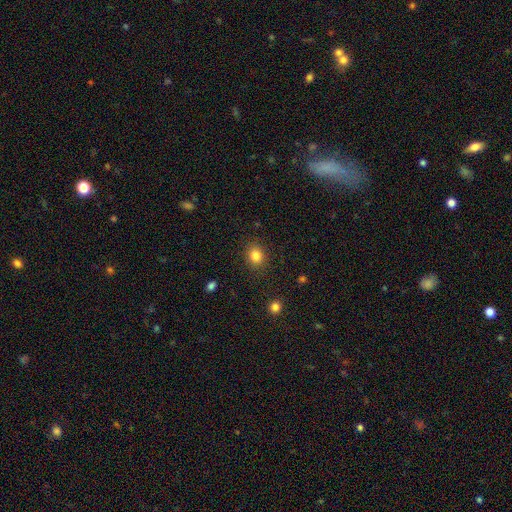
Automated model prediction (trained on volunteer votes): smooth_or_featured: smooth (p=0.83) [alt: star or artifact p=0.11]
how_rounded: round (p=0.65) [alt: in between p=0.34]
merging: none (p=0.88) [alt: minor disturbance p=0.08]